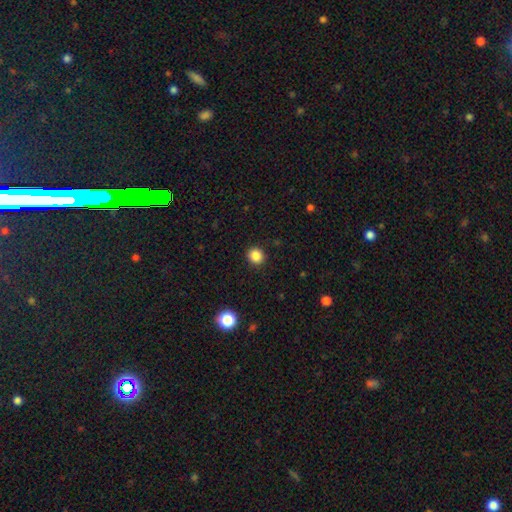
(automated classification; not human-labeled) smooth-or-featured: smooth: 86% | star or artifact: 11% | featured or disk: 3%
  how-rounded: round: 87% | in between: 12% | cigar-shaped: 1%
  merging: none: 92% | minor disturbance: 6% | major disturbance: 2% | merger: 1%